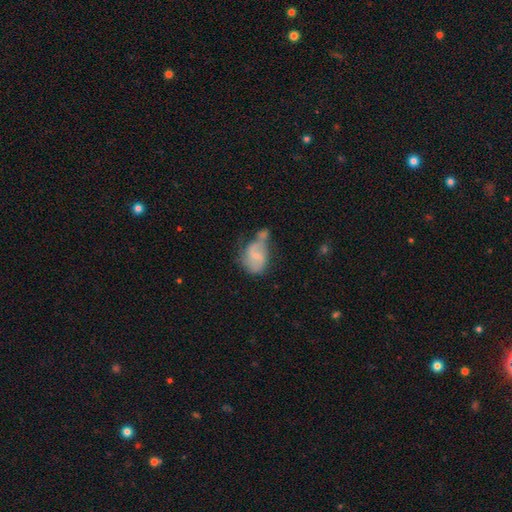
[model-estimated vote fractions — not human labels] Overall: featured or disk (52%; smooth 40%). Edge-on disk: no (97%). Bar: no (46%; weak 43%). Spiral arms: yes (70%). Bulge size: small (63%; moderate 24%). Merging: merger (34%; none 24%).